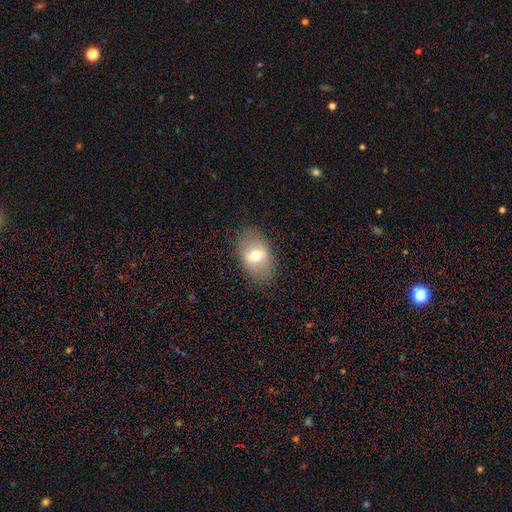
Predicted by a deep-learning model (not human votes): The model was most divided on "smooth or featured": smooth: 57%, featured or disk: 33%, star or artifact: 10%. More confident: merging — none (81%); how rounded — in between (79%).